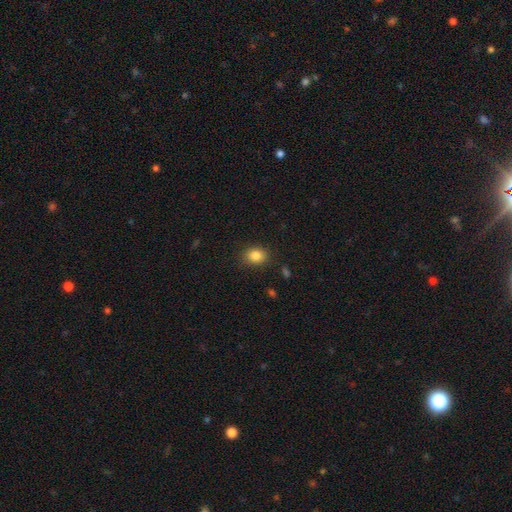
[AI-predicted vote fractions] smooth-or-featured: smooth: 85% | star or artifact: 10% | featured or disk: 5%
  how-rounded: in between: 51% | round: 48% | cigar-shaped: 1%
  merging: none: 86% | minor disturbance: 10% | major disturbance: 3% | merger: 1%